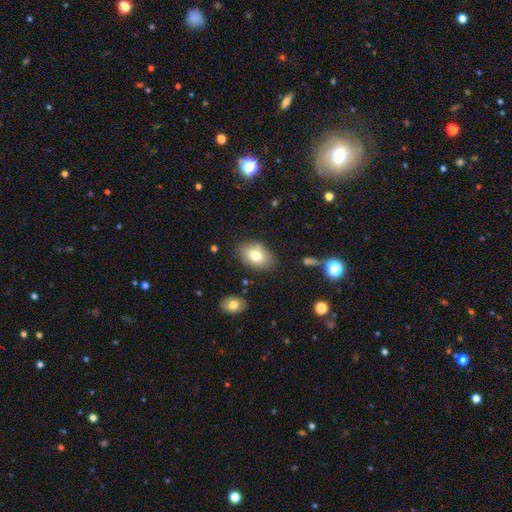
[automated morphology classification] A smooth galaxy with no disk features (76%) that is in between round and cigar-shaped (86%). Merging: none (80%).